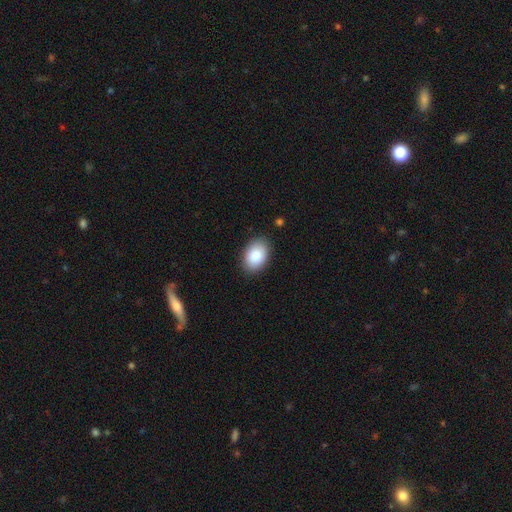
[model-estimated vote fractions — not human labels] Smooth or featured?
  - smooth: 86% *
  - featured or disk: 8%
  - star or artifact: 6%
How rounded?
  - in between: 86% *
  - round: 13%
  - cigar-shaped: 1%
Merging?
  - none: 88% *
  - minor disturbance: 9%
  - major disturbance: 2%
  - merger: 1%